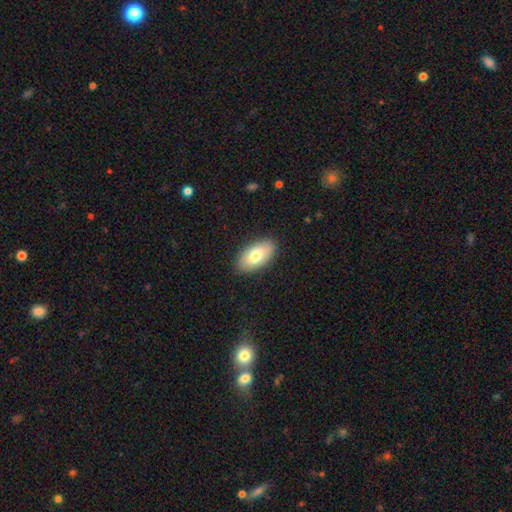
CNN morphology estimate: A smooth galaxy with no disk features (76%) that is in between round and cigar-shaped (94%).

Vote fractions:
- Smooth or featured? smooth: 76% / featured or disk: 18% / star or artifact: 6%
- How rounded? in between: 94% / round: 3% / cigar-shaped: 3%
- Merging? none: 88% / minor disturbance: 9% / major disturbance: 2% / merger: 1%